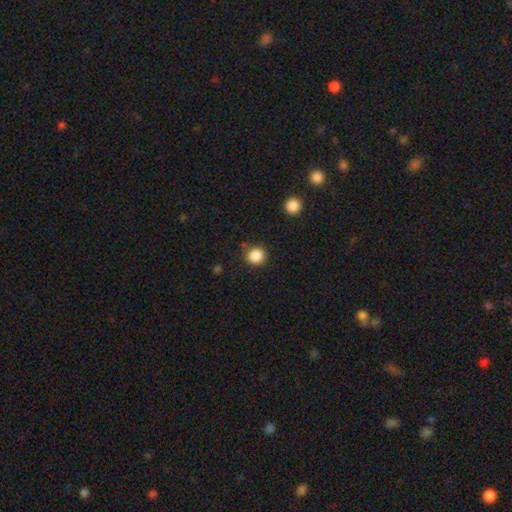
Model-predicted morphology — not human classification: smooth 87%, star or artifact 10%, featured or disk 4%. Down the decision tree: how rounded — round (90%); merging — none (87%).